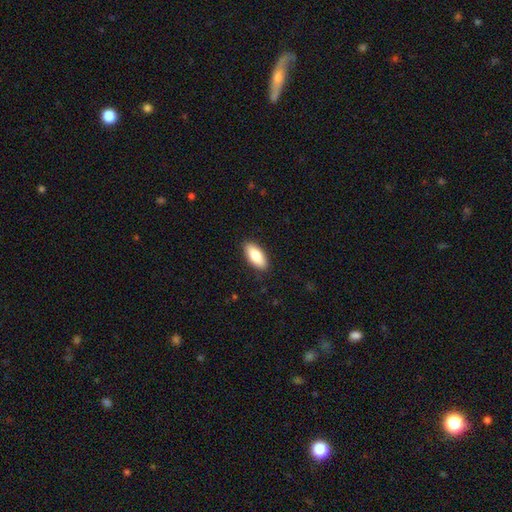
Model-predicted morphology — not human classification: This appears to be a smooth galaxy with no disk features (81%) that is in between round and cigar-shaped (85%). Merging: none (89%).